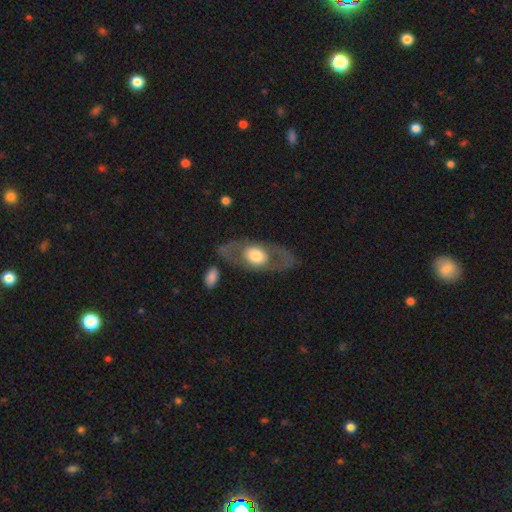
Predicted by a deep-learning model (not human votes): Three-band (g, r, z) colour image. It shows a featured or disk galaxy (54%). Merging: none (77%).